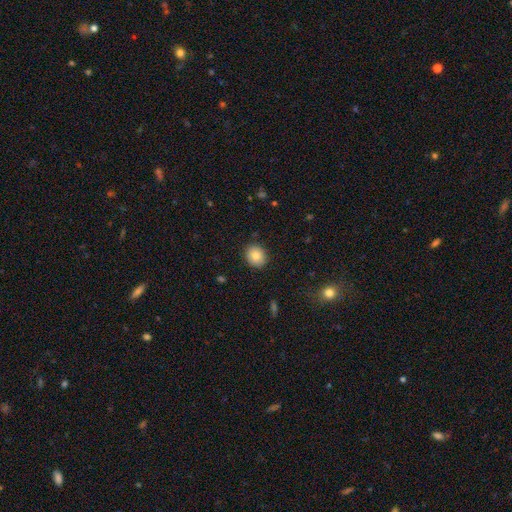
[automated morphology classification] A smooth galaxy with no disk features (83%) that is round (73%).

Vote fractions:
- Smooth or featured? smooth: 83% / star or artifact: 9% / featured or disk: 8%
- How rounded? round: 73% / in between: 26% / cigar-shaped: 1%
- Merging? none: 89% / minor disturbance: 8% / major disturbance: 2% / merger: 1%